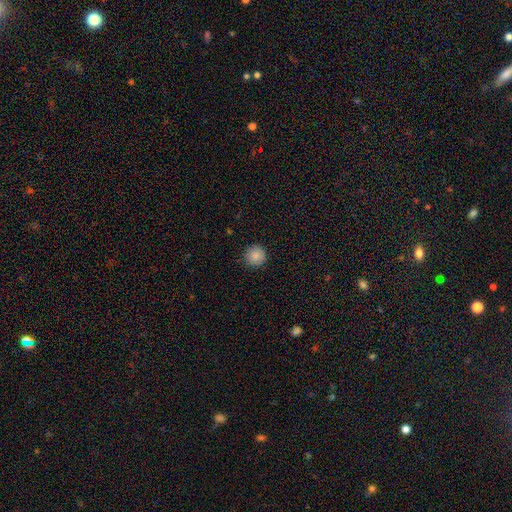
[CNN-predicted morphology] Smooth or featured? smooth (86%)
How rounded? round (96%)
Merging? none (90%)